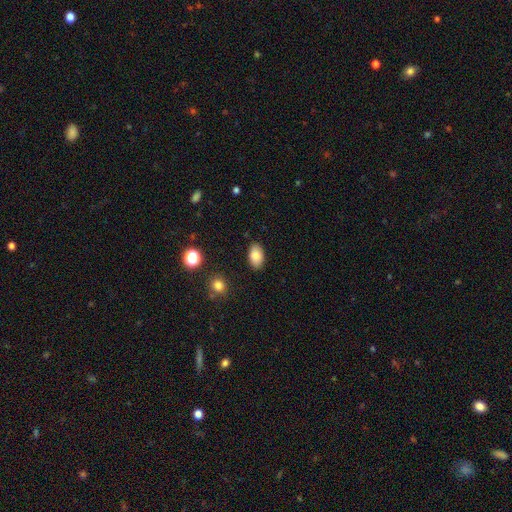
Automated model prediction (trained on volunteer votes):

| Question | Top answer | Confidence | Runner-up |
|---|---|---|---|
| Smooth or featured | smooth | 84% | star or artifact (8%) |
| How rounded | in between | 92% | round (7%) |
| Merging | none | 87% | minor disturbance (9%) |